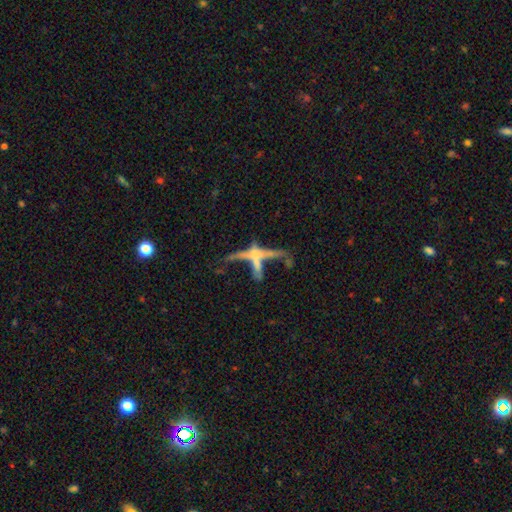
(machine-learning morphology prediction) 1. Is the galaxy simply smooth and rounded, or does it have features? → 65% featured or disk, 23% smooth, 13% star or artifact.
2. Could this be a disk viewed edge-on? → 73% yes, 27% no.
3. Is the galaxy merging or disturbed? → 38% merger, 35% none, 15% major disturbance, 12% minor disturbance.